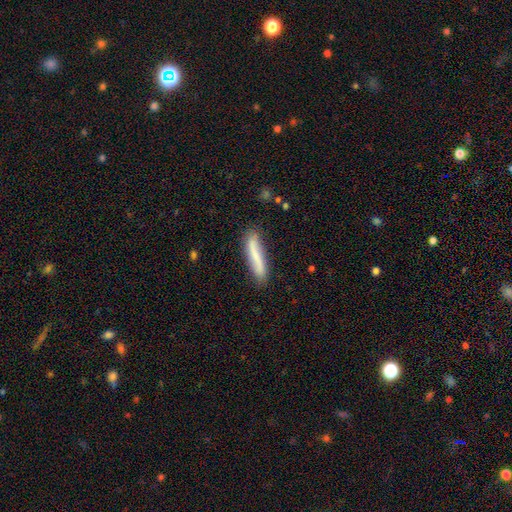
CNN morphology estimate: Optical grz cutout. It shows a smooth galaxy with no disk features (68%) that is cigar-shaped (87%). Merging: none (76%).